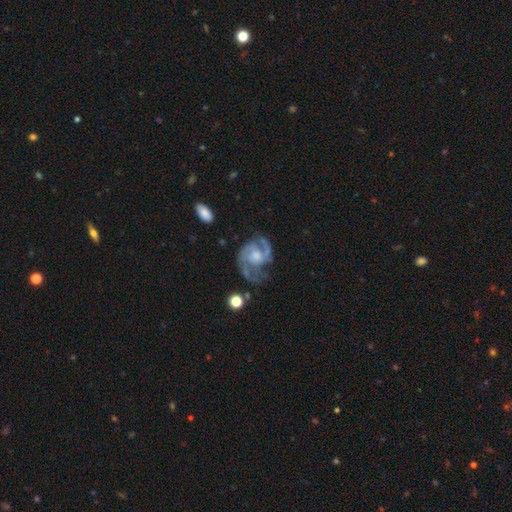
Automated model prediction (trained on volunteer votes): Overall: featured or disk (86%). Edge-on disk: no (98%). Bar: no (63%; weak 31%). Spiral arms: yes (95%). Spiral arm count: 2 (75%). Spiral winding: medium (54%; tight 26%). Bulge size: moderate (48%; small 27%). Merging: none (52%; minor disturbance 22%).